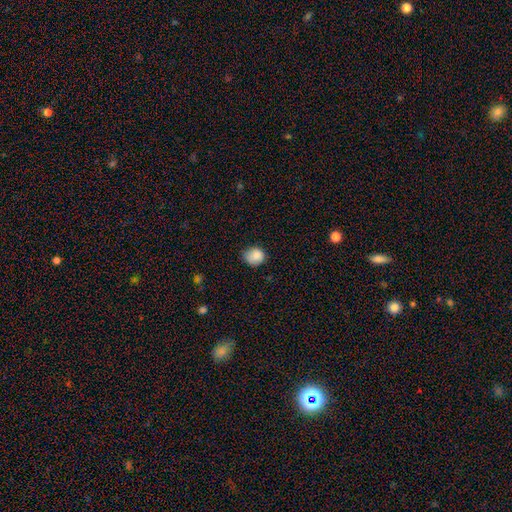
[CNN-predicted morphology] The model was most divided on "merging": none: 65%, minor disturbance: 28%, major disturbance: 5%, merger: 1%. More confident: smooth or featured — smooth (86%); how rounded — round (72%).